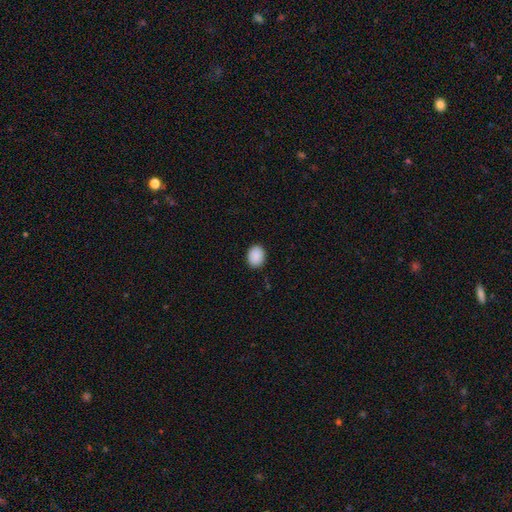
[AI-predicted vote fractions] The model was most divided on "how rounded": in between: 53%, round: 46%, cigar-shaped: 1%. More confident: smooth or featured — smooth (90%); merging — none (90%).